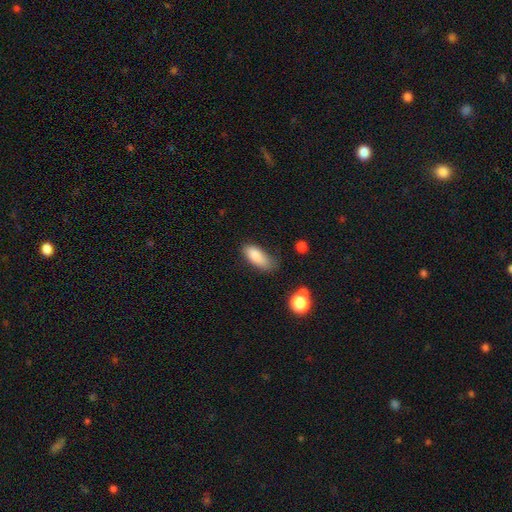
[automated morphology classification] This is clearly a smooth galaxy (84%). How rounded: clearly in between (82%). Merging: possibly none (51%).